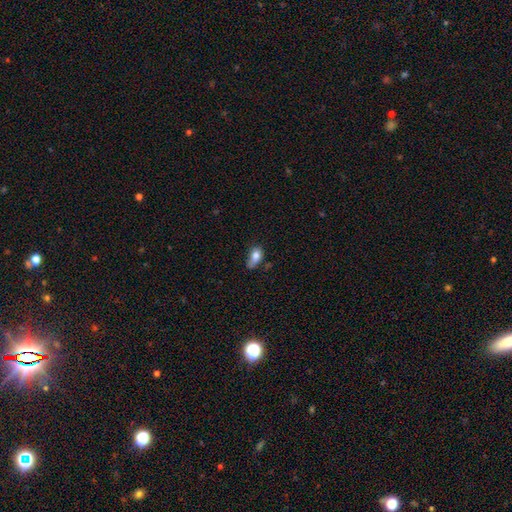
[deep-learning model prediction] smooth-or-featured: smooth: 77% | featured or disk: 14% | star or artifact: 9%
  how-rounded: in between: 84% | round: 11% | cigar-shaped: 4%
  merging: minor disturbance: 41% | none: 34% | major disturbance: 19% | merger: 6%